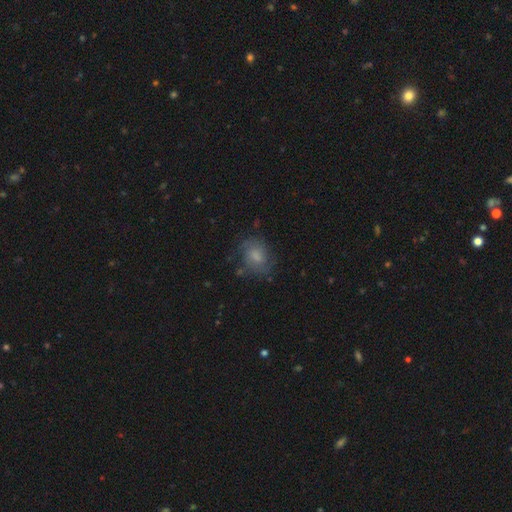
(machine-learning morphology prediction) A smooth galaxy with no disk features (50%).

Vote fractions:
- Smooth or featured? smooth: 50% / featured or disk: 40% / star or artifact: 11%
- Merging? none: 66% / minor disturbance: 21% / major disturbance: 11% / merger: 2%